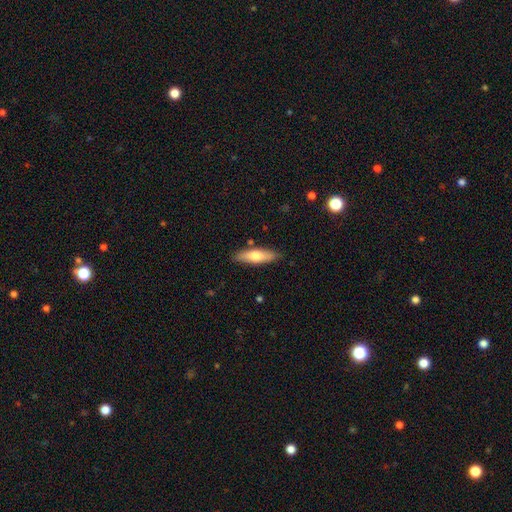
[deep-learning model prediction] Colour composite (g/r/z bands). It shows a smooth galaxy with no disk features (64%) that is cigar-shaped (56%). Merging: none (85%).